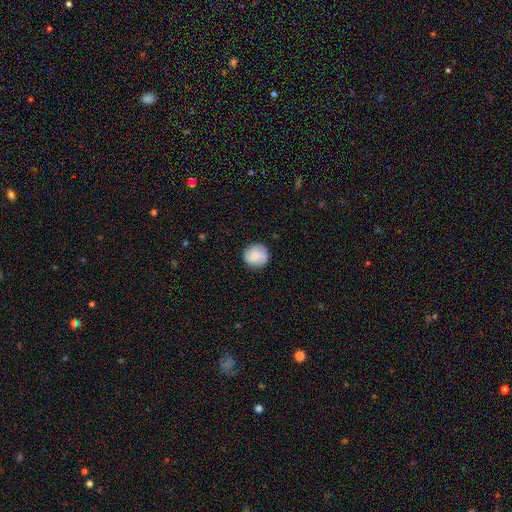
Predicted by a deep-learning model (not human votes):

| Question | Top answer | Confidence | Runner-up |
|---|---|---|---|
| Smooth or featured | smooth | 66% | featured or disk (27%) |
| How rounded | round | 90% | in between (9%) |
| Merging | none | 85% | minor disturbance (11%) |